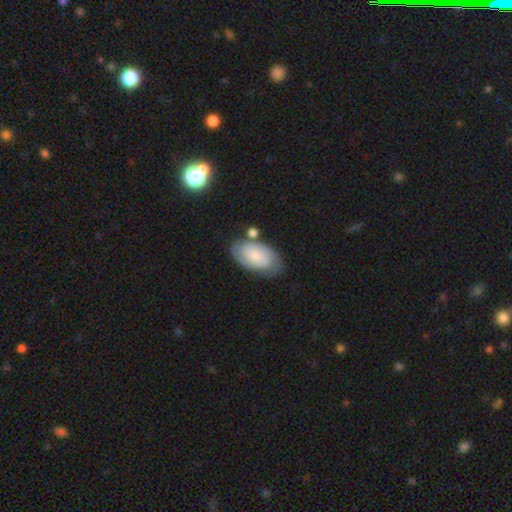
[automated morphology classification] Overall: smooth (61%; featured or disk 33%). How rounded: in between (94%). Merging: none (67%).